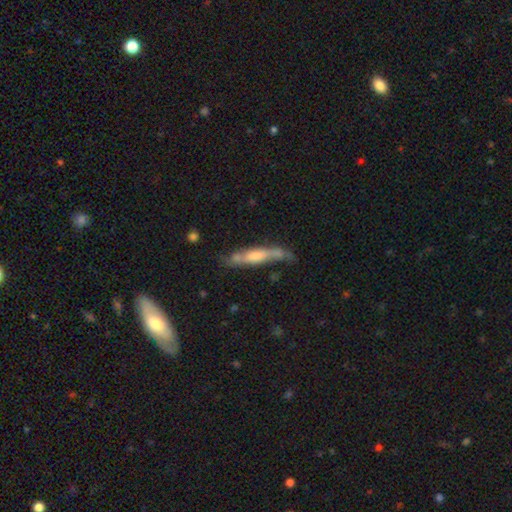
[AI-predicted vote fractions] Q: Smooth or featured?
A: featured or disk (52%); runner-up: smooth (41%)
Q: Edge-on disk?
A: yes (71%); runner-up: no (29%)
Q: Merging?
A: none (54%); runner-up: minor disturbance (27%)